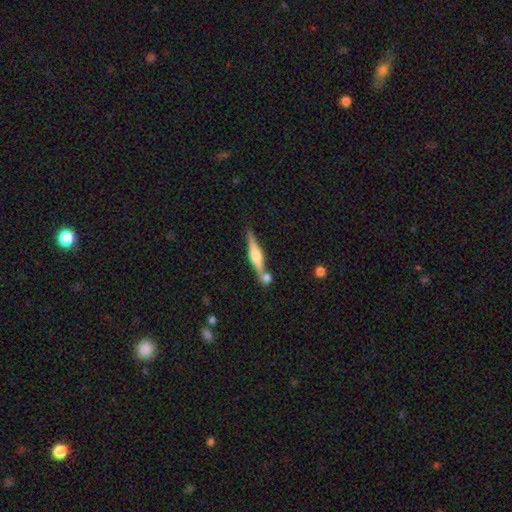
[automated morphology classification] Q: Smooth or featured?
A: featured or disk (68%); runner-up: smooth (26%)
Q: Edge-on disk?
A: yes (97%); runner-up: no (3%)
Q: Edge-on bulge?
A: rounded (80%); runner-up: boxy (15%)
Q: Merging?
A: none (69%); runner-up: merger (17%)